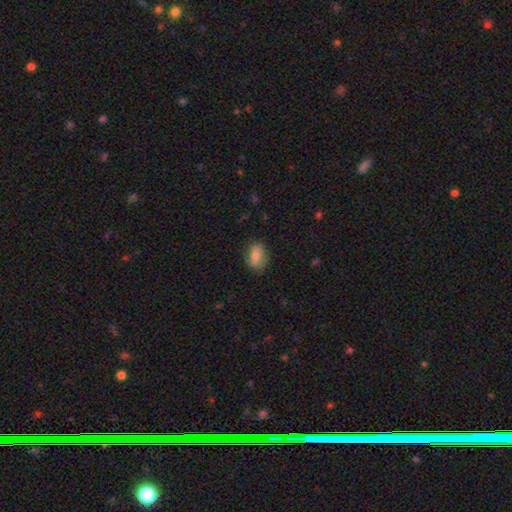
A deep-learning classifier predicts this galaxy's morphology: Smooth or featured? smooth (71%)
How rounded? in between (76%)
Merging? none (71%)